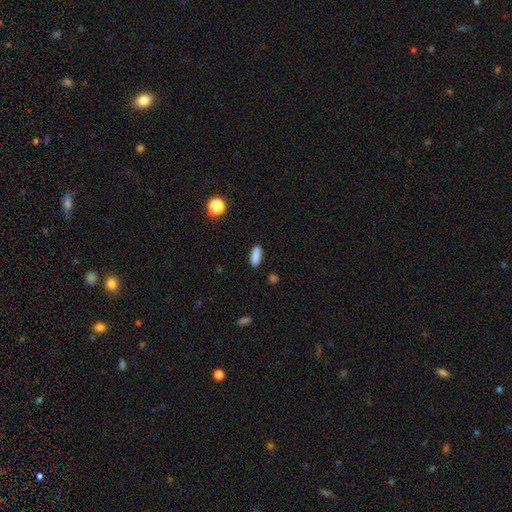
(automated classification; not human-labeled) Smooth or featured?
  - smooth: 87% *
  - star or artifact: 8%
  - featured or disk: 5%
How rounded?
  - in between: 66% *
  - cigar-shaped: 31%
  - round: 3%
Merging?
  - none: 86% *
  - minor disturbance: 10%
  - major disturbance: 2%
  - merger: 2%